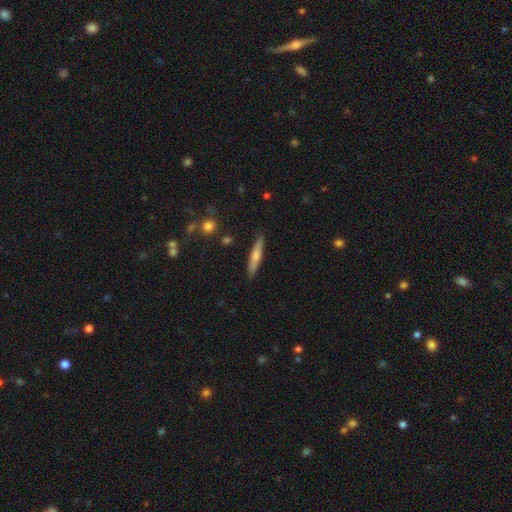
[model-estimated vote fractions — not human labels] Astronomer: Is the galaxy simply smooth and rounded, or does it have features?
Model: smooth — 61%.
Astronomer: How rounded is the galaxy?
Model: cigar-shaped — 89%.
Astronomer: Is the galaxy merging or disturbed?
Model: none — 88%.